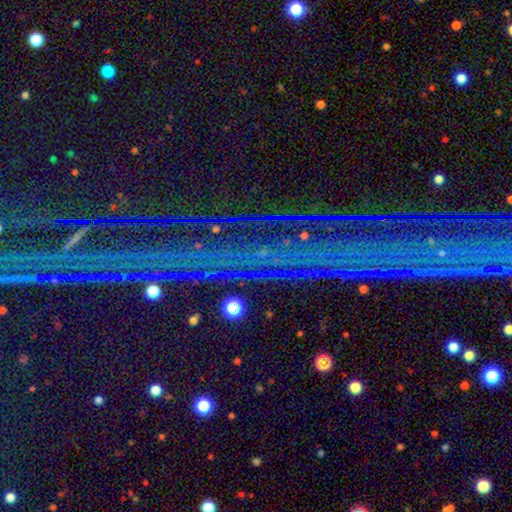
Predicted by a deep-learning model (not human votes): Overall: star or artifact (82%).